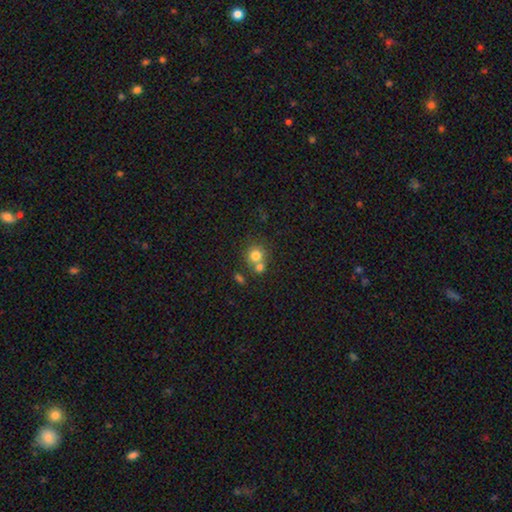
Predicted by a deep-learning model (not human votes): A smooth galaxy with no disk features (77%) that is round (87%).

Vote fractions:
- Smooth or featured? smooth: 77% / star or artifact: 12% / featured or disk: 11%
- How rounded? round: 87% / in between: 12% / cigar-shaped: 1%
- Merging? none: 50% / merger: 39% / minor disturbance: 8% / major disturbance: 3%